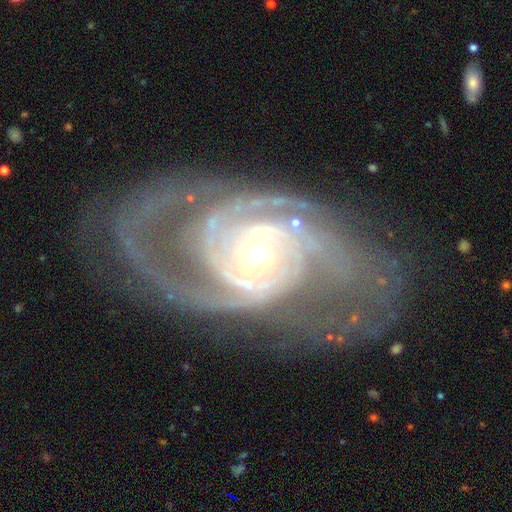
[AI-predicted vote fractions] Smooth or featured?
  - featured or disk: 92% *
  - star or artifact: 5%
  - smooth: 3%
Edge-on disk?
  - no: 97% *
  - yes: 3%
Bar?
  - no: 58% *
  - weak: 28%
  - strong: 14%
Spiral arms?
  - yes: 98% *
  - no: 2%
Spiral winding?
  - tight: 52% *
  - medium: 39%
  - loose: 9%
Spiral arm count?
  - 2: 51% *
  - 3: 20%
  - can't tell: 12%
  - 4: 7%
  - 1: 5%
  - more than 4: 5%
Bulge size?
  - moderate: 62% *
  - small: 28%
  - large: 7%
  - dominant: 1%
  - none: 1%
Merging?
  - none: 67% *
  - minor disturbance: 17%
  - major disturbance: 14%
  - merger: 2%